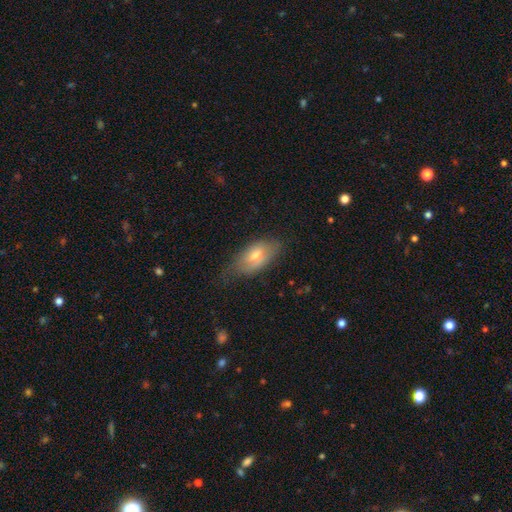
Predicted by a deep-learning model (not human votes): Smooth or featured? smooth (61%)
How rounded? in between (88%)
Merging? none (60%)